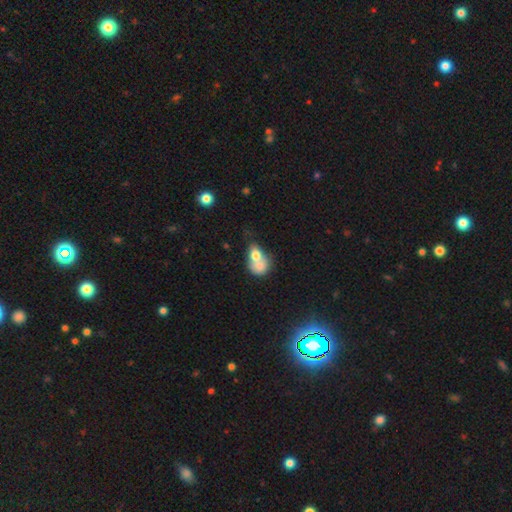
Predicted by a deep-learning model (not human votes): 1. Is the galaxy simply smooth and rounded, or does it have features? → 69% smooth, 23% featured or disk, 8% star or artifact.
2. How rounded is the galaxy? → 60% in between, 39% round, 2% cigar-shaped.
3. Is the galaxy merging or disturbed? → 73% merger, 15% none, 7% minor disturbance, 5% major disturbance.